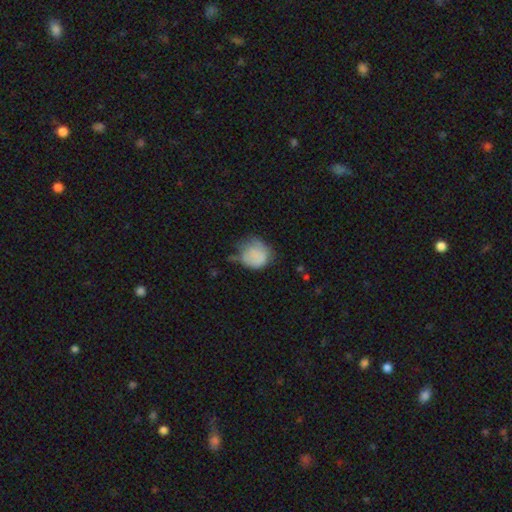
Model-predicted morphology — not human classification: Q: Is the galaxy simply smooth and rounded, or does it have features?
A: smooth — 75%.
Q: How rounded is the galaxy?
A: round — 78%.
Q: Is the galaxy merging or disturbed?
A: minor disturbance — 37%, tied with none.